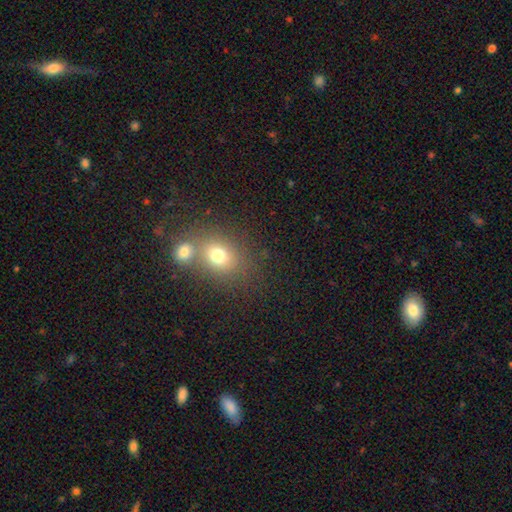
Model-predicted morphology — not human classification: Smooth or featured? Predicted: smooth (p=0.66). How rounded? Predicted: round (p=0.61). Merging? Predicted: none (p=0.50).